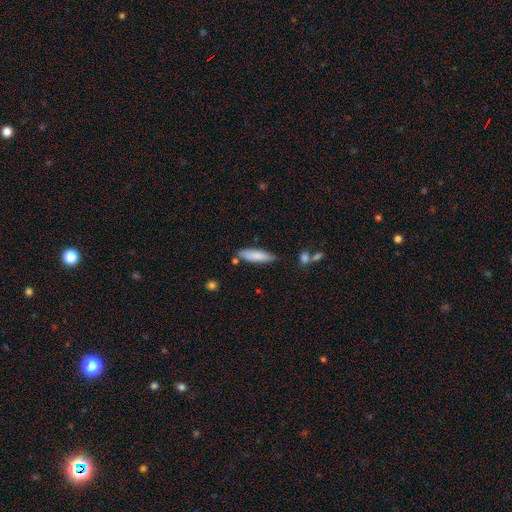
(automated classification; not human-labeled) smooth_or_featured: smooth (p=0.82) [alt: featured or disk p=0.12]
how_rounded: cigar-shaped (p=0.62) [alt: in between p=0.37]
merging: none (p=0.78) [alt: minor disturbance p=0.15]